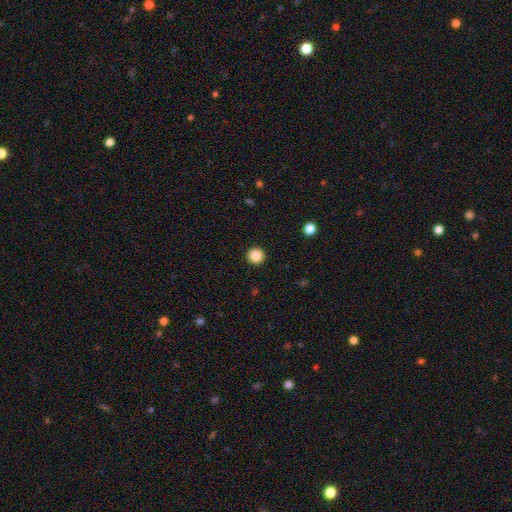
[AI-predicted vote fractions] This is clearly a smooth galaxy (87%). How rounded: clearly round (95%). Merging: clearly none (93%).